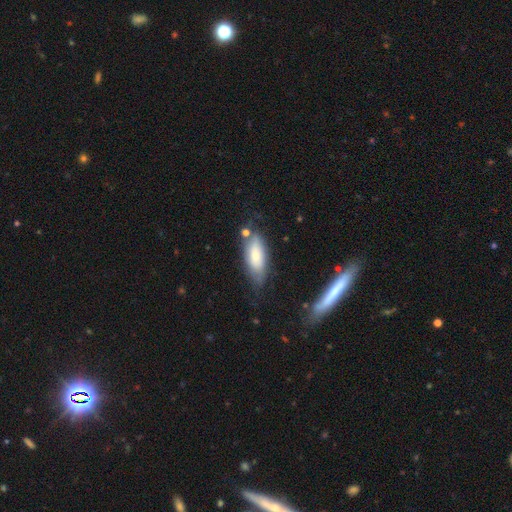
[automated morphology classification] Smooth or featured? smooth (68%)
How rounded? in between (76%)
Merging? none (60%)